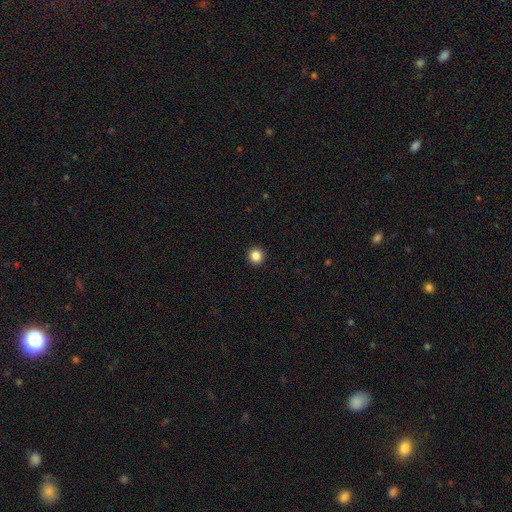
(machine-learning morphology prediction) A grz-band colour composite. It shows a smooth galaxy with no disk features (86%) that is round (95%). Merging: none (94%).